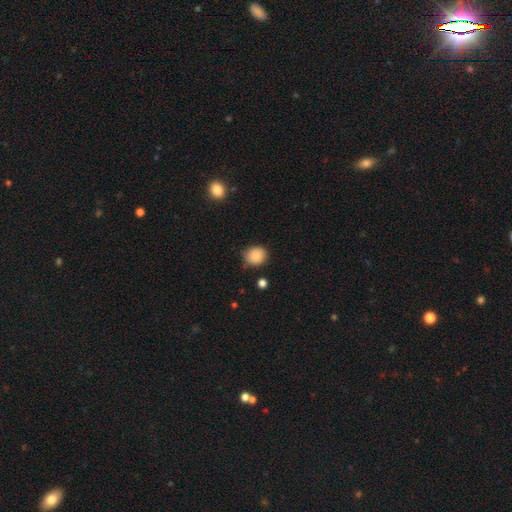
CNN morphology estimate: smooth-or-featured: smooth: 86% | star or artifact: 9% | featured or disk: 5%
  how-rounded: round: 81% | in between: 18% | cigar-shaped: 1%
  merging: none: 79% | minor disturbance: 16% | major disturbance: 3% | merger: 2%